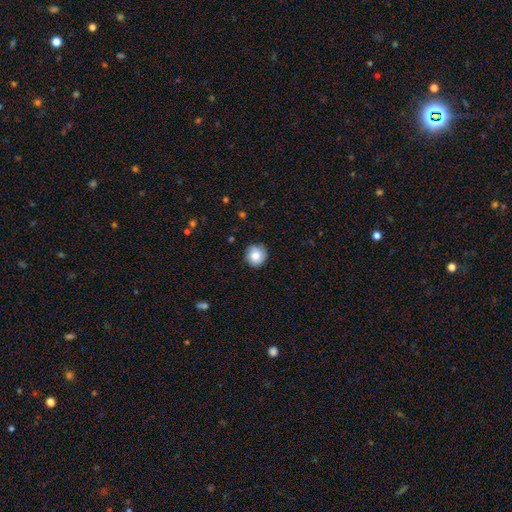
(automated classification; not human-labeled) A smooth galaxy with no disk features (81%) that is round (93%). Merging: none (86%).